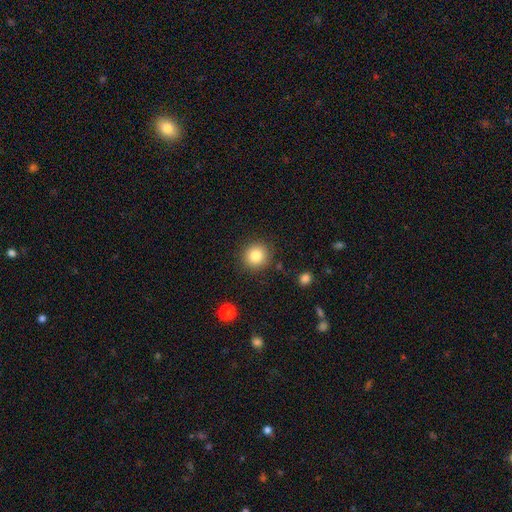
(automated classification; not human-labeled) Q: Smooth or featured?
A: smooth (83%); runner-up: star or artifact (10%)
Q: How rounded?
A: round (92%); runner-up: in between (7%)
Q: Merging?
A: none (88%); runner-up: minor disturbance (7%)